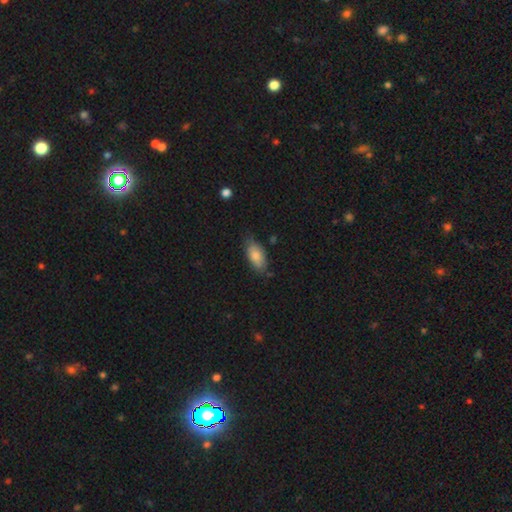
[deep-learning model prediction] Smooth or featured?
  - smooth: 84% *
  - featured or disk: 10%
  - star or artifact: 7%
How rounded?
  - in between: 89% *
  - cigar-shaped: 9%
  - round: 2%
Merging?
  - none: 73% *
  - minor disturbance: 21%
  - major disturbance: 4%
  - merger: 2%